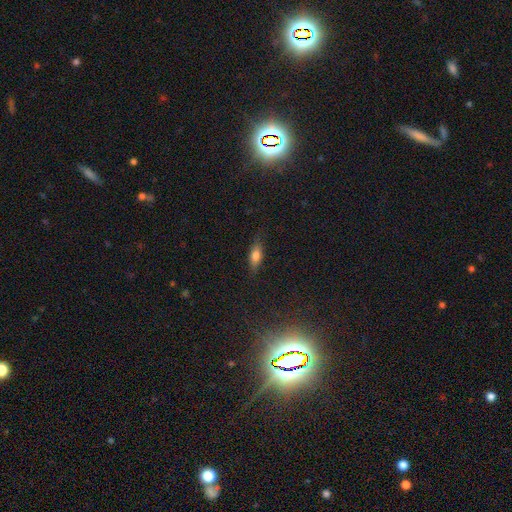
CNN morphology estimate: Overall: smooth (69%). How rounded: in between (70%). Merging: none (77%).